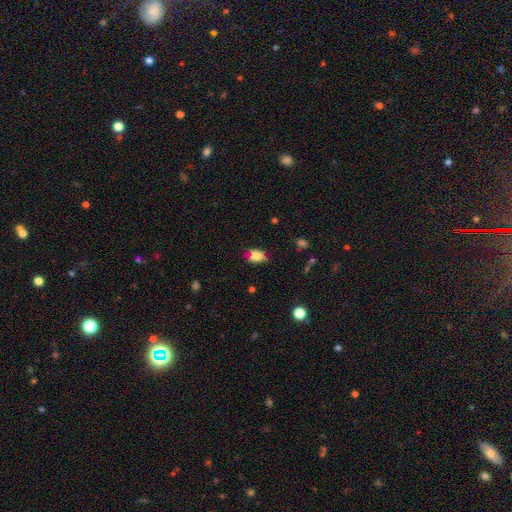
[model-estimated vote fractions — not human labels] Smooth or featured? Predicted: smooth (p=0.81). How rounded? Predicted: in between (p=0.81). Merging? Predicted: none (p=0.65).